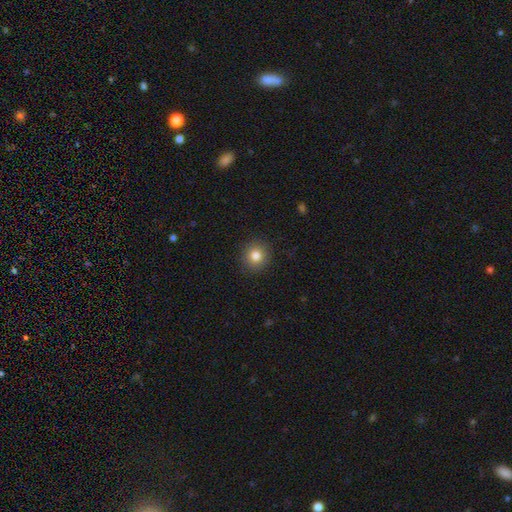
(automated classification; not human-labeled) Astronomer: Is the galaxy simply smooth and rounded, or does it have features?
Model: smooth — 82%.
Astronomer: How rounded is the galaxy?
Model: round — 91%.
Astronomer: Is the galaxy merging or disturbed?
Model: none — 91%.